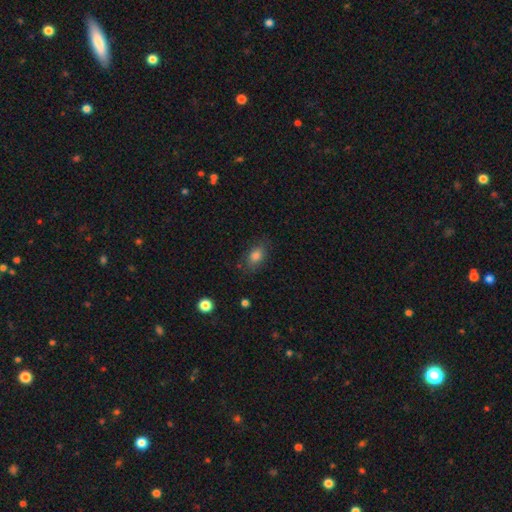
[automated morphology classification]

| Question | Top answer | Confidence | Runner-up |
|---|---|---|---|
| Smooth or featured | smooth | 81% | star or artifact (10%) |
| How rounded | in between | 83% | round (14%) |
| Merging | none | 78% | minor disturbance (16%) |